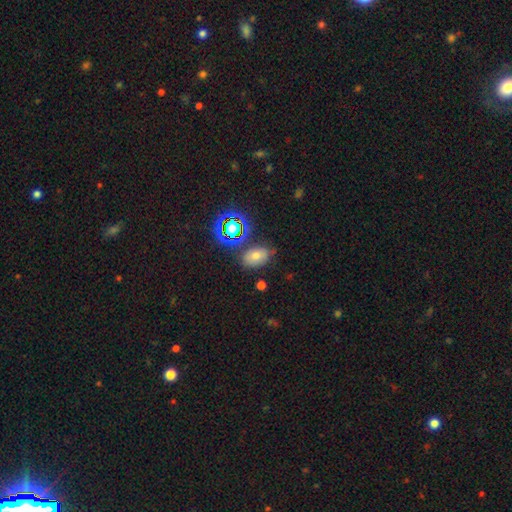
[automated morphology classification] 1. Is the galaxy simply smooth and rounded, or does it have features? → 56% smooth, 29% star or artifact, 16% featured or disk.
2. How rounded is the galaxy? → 82% in between, 16% round, 2% cigar-shaped.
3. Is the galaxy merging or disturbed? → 74% none, 16% minor disturbance, 5% merger, 5% major disturbance.